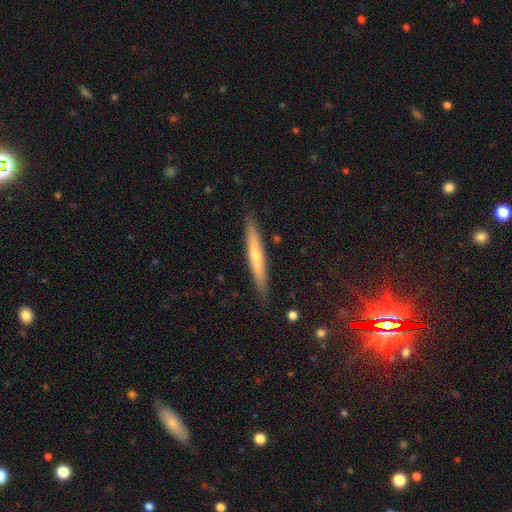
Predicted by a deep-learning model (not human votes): A featured or disk galaxy (48%). Merging: none (87%).